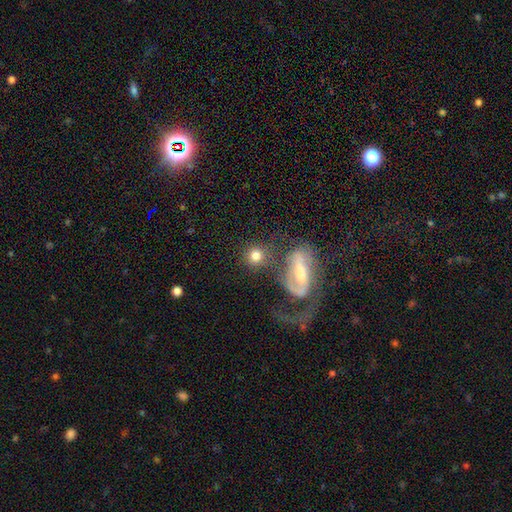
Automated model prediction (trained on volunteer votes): smooth-or-featured: smooth: 74% | featured or disk: 17% | star or artifact: 9%
  how-rounded: round: 86% | in between: 12% | cigar-shaped: 2%
  merging: none: 65% | merger: 17% | minor disturbance: 11% | major disturbance: 7%